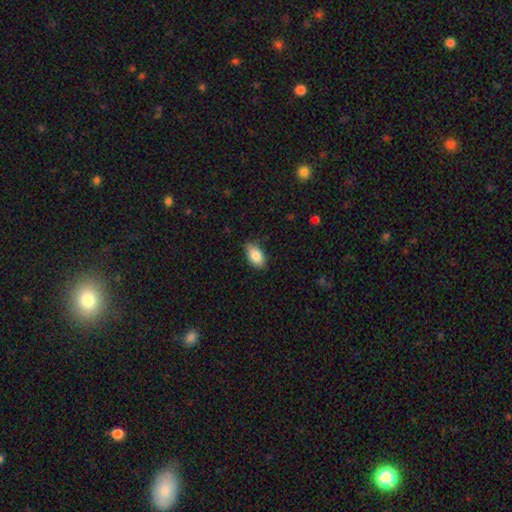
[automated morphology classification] The model was most divided on "merging": none: 82%, minor disturbance: 14%, major disturbance: 2%, merger: 1%. More confident: how rounded — in between (93%); smooth or featured — smooth (85%).